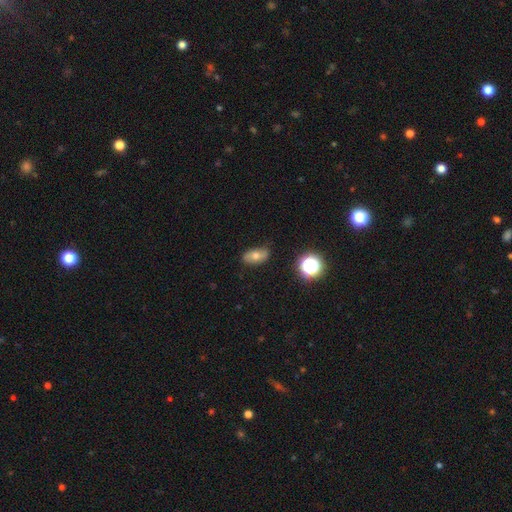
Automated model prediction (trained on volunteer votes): smooth 64%, featured or disk 23%, star or artifact 13%. Down the decision tree: how rounded — in between (86%); merging — none (79%).